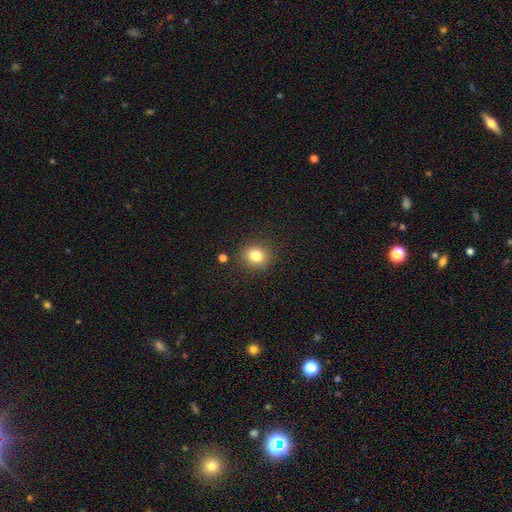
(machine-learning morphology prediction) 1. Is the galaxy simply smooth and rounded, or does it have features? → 81% smooth, 12% star or artifact, 7% featured or disk.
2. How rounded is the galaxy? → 72% round, 27% in between, 1% cigar-shaped.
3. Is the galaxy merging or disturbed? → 86% none, 9% minor disturbance, 3% major disturbance, 2% merger.